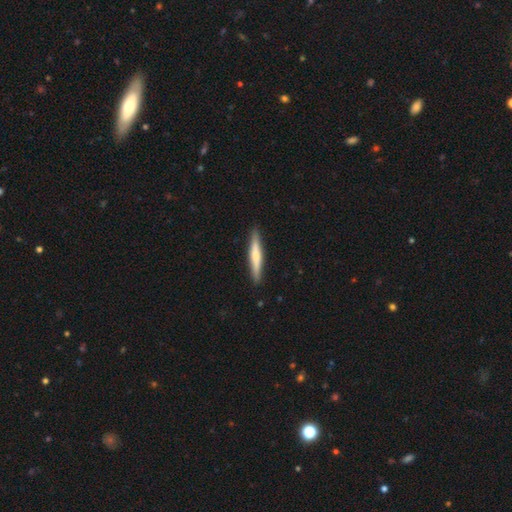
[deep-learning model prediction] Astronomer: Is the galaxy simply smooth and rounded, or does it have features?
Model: smooth — 51% (runner-up: featured or disk, 44%).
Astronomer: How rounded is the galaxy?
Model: cigar-shaped — 94%.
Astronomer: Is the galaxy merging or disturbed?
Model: none — 91%.